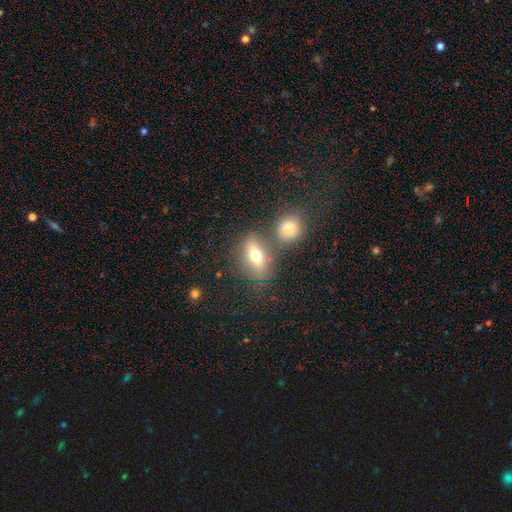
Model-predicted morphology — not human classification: The model was most divided on "merging": none: 59%, merger: 25%, minor disturbance: 11%, major disturbance: 5%. More confident: how rounded — in between (72%); smooth or featured — smooth (62%).